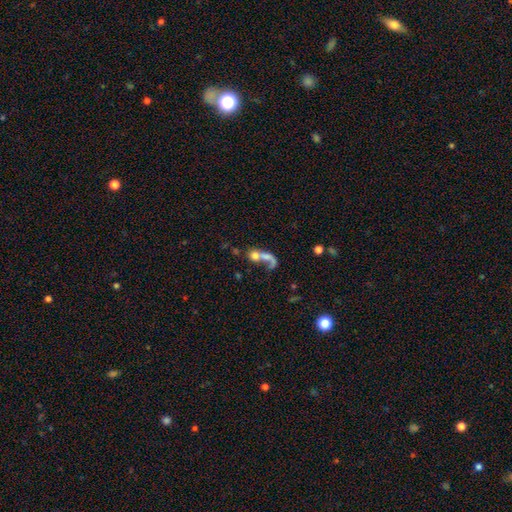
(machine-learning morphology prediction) Smooth or featured: smooth — 54% (featured or disk — 34%)
How rounded: in between — 45% (round — 44%)
Merging: merger — 59% (none — 17%)